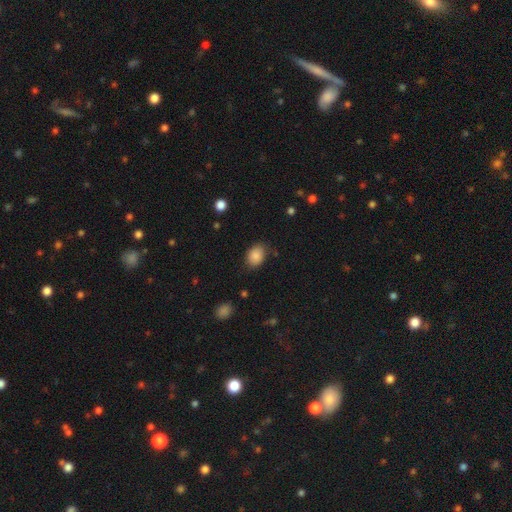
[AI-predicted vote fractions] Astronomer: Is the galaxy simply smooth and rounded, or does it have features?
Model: smooth — 87%.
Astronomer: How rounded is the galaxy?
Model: in between — 75%.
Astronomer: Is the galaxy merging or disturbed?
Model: none — 78%.